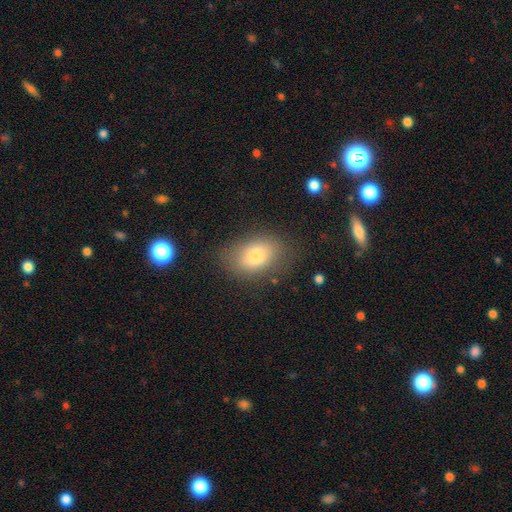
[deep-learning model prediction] smooth 77%, featured or disk 14%, star or artifact 10%. Down the decision tree: how rounded — in between (84%); merging — none (75%).